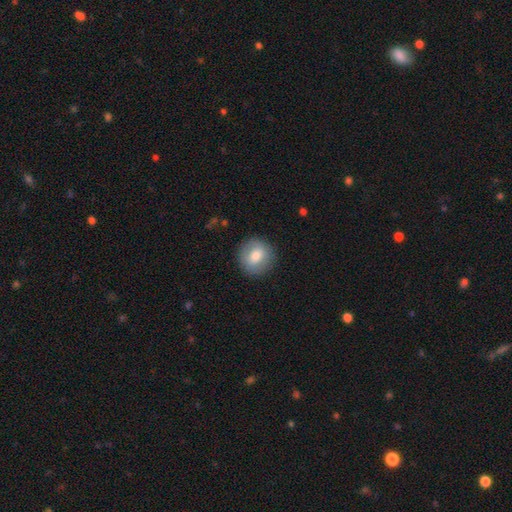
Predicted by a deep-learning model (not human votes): This is likely a smooth galaxy (74%). How rounded: clearly round (90%). Merging: clearly none (88%).